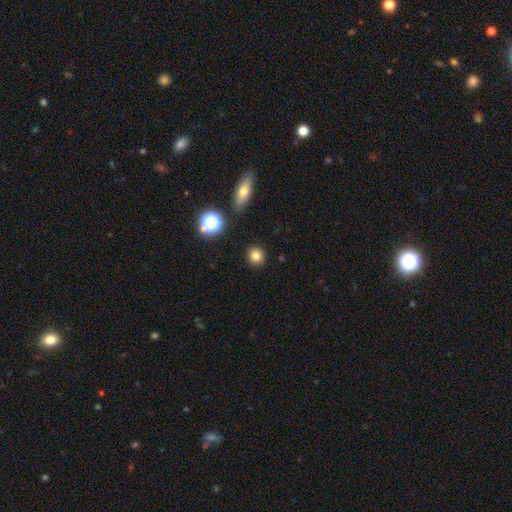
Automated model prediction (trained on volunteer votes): smooth 80%, star or artifact 13%, featured or disk 6%. Down the decision tree: how rounded — round (90%); merging — none (91%).